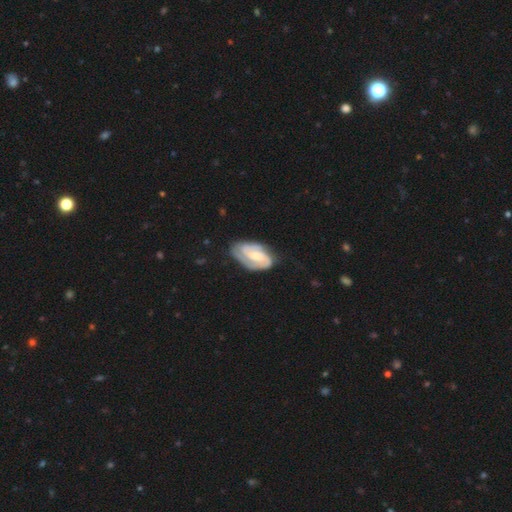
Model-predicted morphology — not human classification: Smooth or featured: featured or disk — 82% (smooth — 13%)
Edge-on disk: no — 97% (yes — 3%)
Bar: no — 49% (weak — 39%)
Spiral arms: yes — 96% (no — 4%)
Spiral winding: tight — 55% (medium — 36%)
Spiral arm count: 2 — 65% (3 — 15%)
Bulge size: small — 43% (moderate — 42%)
Merging: none — 68% (minor disturbance — 22%)